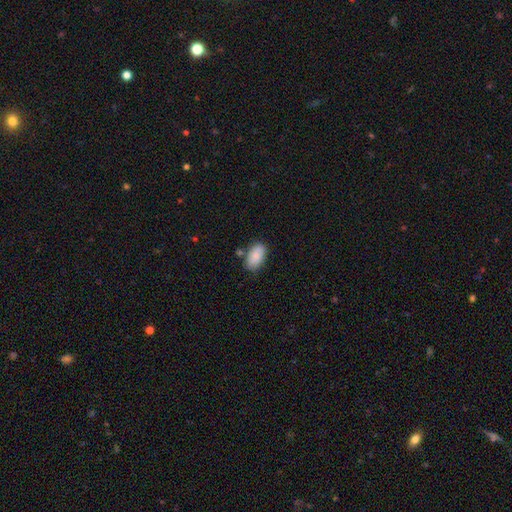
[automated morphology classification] Overall: smooth (84%). How rounded: in between (93%). Merging: none (74%).